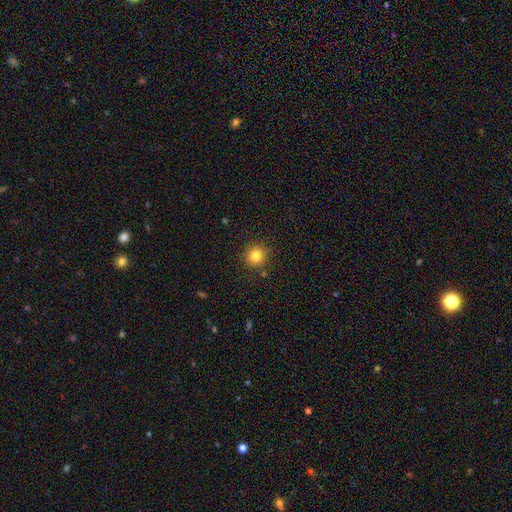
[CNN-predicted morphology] type=smooth (82%); roundness=round (91%); merging=none (87%).